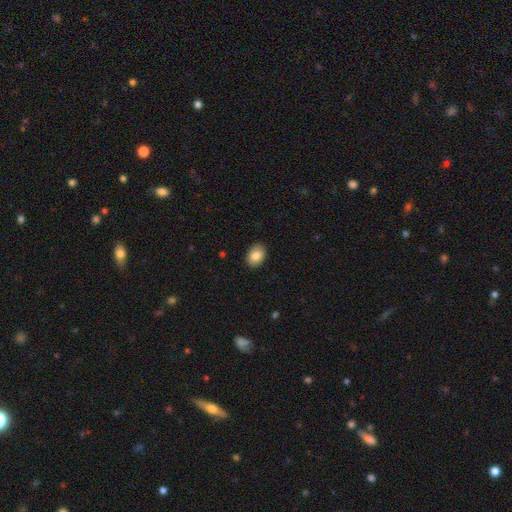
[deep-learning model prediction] The model was most divided on "how rounded": in between: 75%, round: 24%, cigar-shaped: 1%. More confident: merging — none (88%); smooth or featured — smooth (86%).